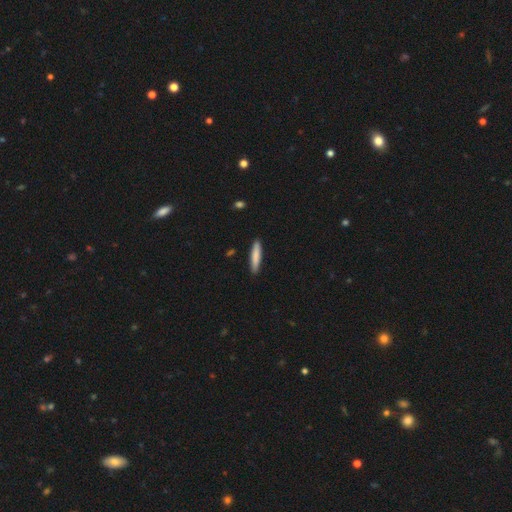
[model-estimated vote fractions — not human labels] Smooth or featured: smooth — 82% (featured or disk — 12%)
How rounded: cigar-shaped — 90% (in between — 9%)
Merging: none — 89% (minor disturbance — 8%)